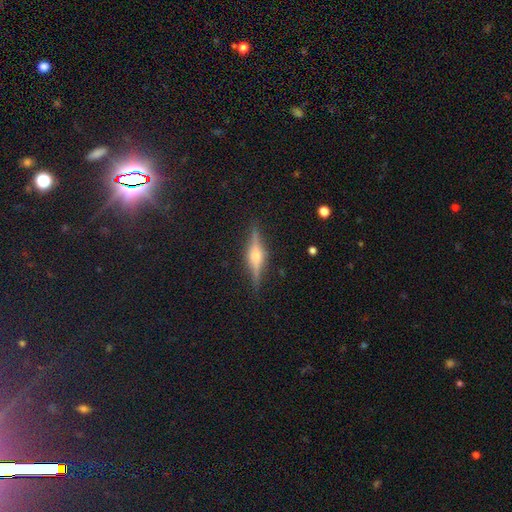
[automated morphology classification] Smooth or featured? Predicted: featured or disk (p=0.78). Edge-on disk? Predicted: yes (p=0.97). Edge-on bulge? Predicted: rounded (p=0.85). Merging? Predicted: none (p=0.89).